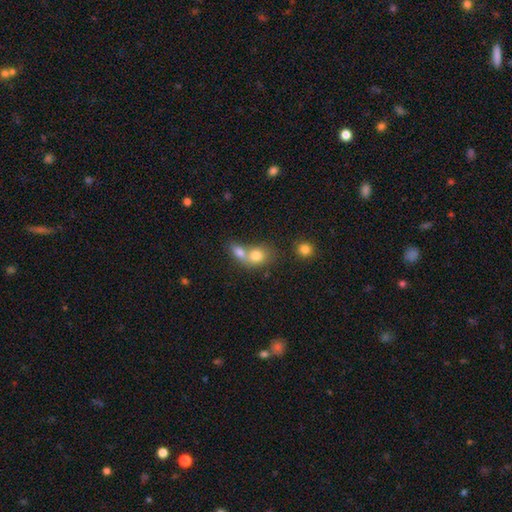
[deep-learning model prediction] A smooth galaxy with no disk features (78%) that is round (50%).

Vote fractions:
- Smooth or featured? smooth: 78% / featured or disk: 13% / star or artifact: 10%
- How rounded? round: 50% / in between: 49% / cigar-shaped: 2%
- Merging? merger: 65% / none: 25% / minor disturbance: 6% / major disturbance: 3%